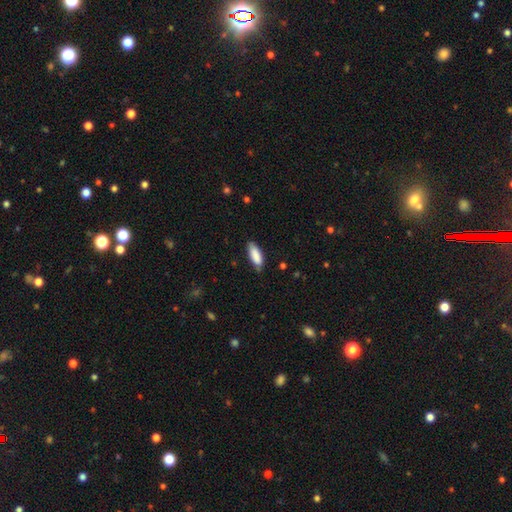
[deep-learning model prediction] Smooth or featured: smooth — 87% (featured or disk — 7%)
How rounded: in between — 70% (cigar-shaped — 29%)
Merging: none — 75% (minor disturbance — 20%)